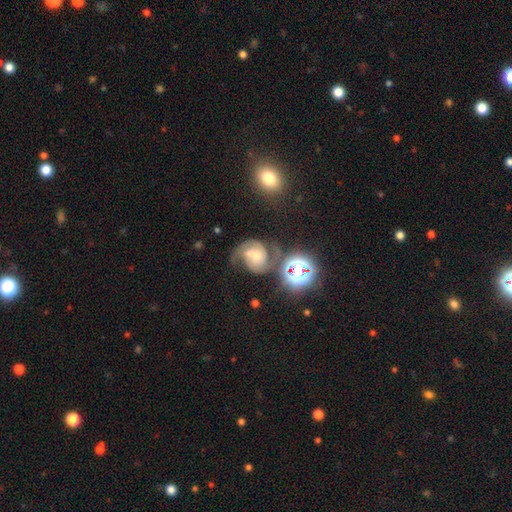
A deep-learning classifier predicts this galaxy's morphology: featured or disk 75%, star or artifact 13%, smooth 11%. Down the decision tree: edge-on disk — no (98%); bar — no (64%); spiral arms — yes (96%); spiral arm count — 2 (61%); spiral winding — tight (43%, tied with medium); bulge size — moderate (48%); merging — none (50%).